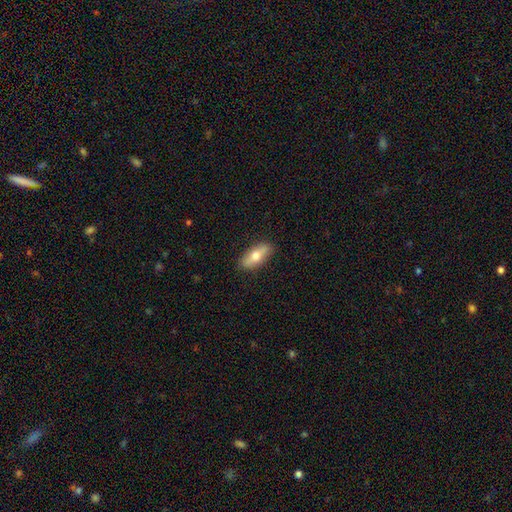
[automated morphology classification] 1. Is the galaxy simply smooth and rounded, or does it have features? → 64% smooth, 29% featured or disk, 6% star or artifact.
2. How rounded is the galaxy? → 74% in between, 23% cigar-shaped, 3% round.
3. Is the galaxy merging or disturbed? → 86% none, 11% minor disturbance, 2% major disturbance, 1% merger.